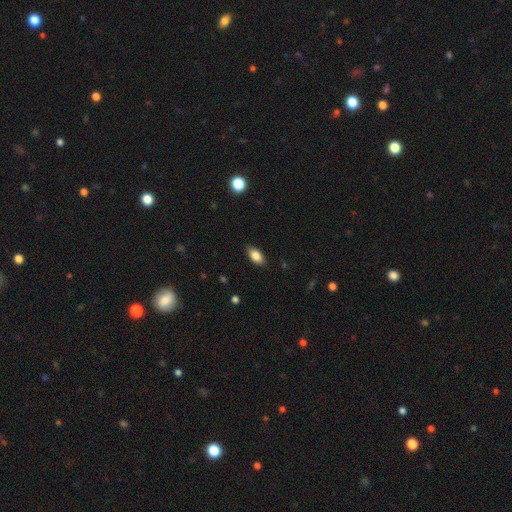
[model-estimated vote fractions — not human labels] Morphology: type=smooth (85%); roundness=in between (91%); merging=none (88%).